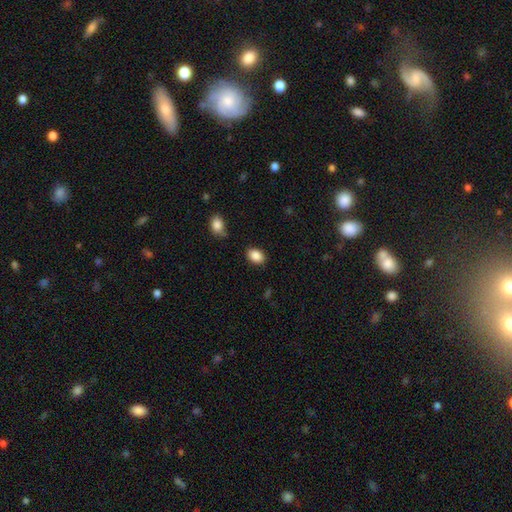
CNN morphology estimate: Smooth or featured?
  - smooth: 88% *
  - star or artifact: 8%
  - featured or disk: 4%
How rounded?
  - in between: 80% *
  - round: 19%
  - cigar-shaped: 1%
Merging?
  - none: 84% *
  - minor disturbance: 11%
  - major disturbance: 3%
  - merger: 2%